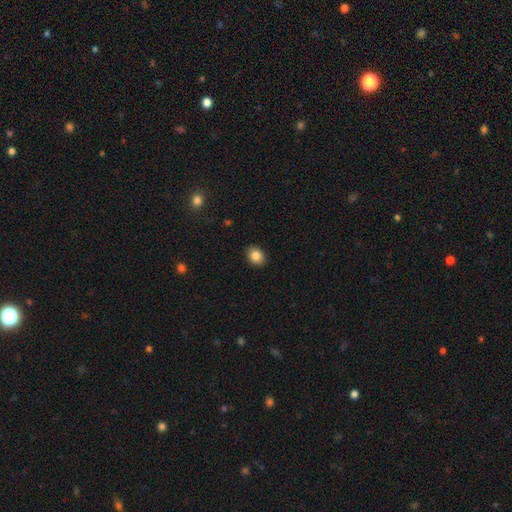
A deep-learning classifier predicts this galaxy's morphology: Smooth or featured? smooth (85%)
How rounded? round (51%)
Merging? none (90%)